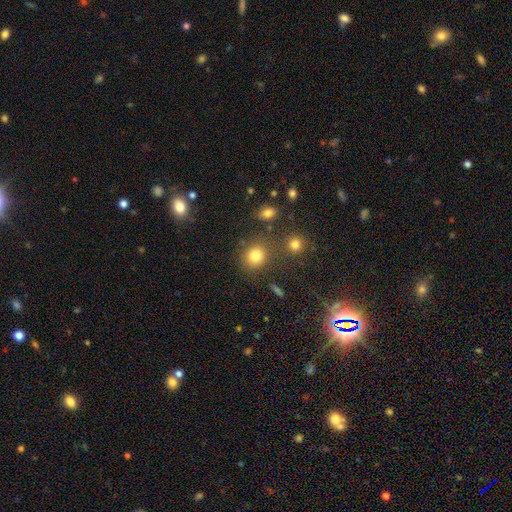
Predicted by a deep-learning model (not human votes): Smooth or featured?
  - smooth: 78% *
  - star or artifact: 15%
  - featured or disk: 8%
How rounded?
  - round: 77% *
  - in between: 22%
  - cigar-shaped: 1%
Merging?
  - none: 76% *
  - minor disturbance: 11%
  - merger: 9%
  - major disturbance: 4%